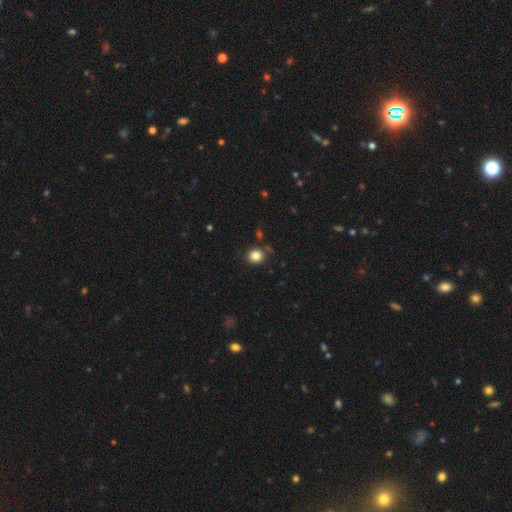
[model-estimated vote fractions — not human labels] smooth 84%, star or artifact 11%, featured or disk 5%. Down the decision tree: how rounded — round (77%); merging — none (84%).